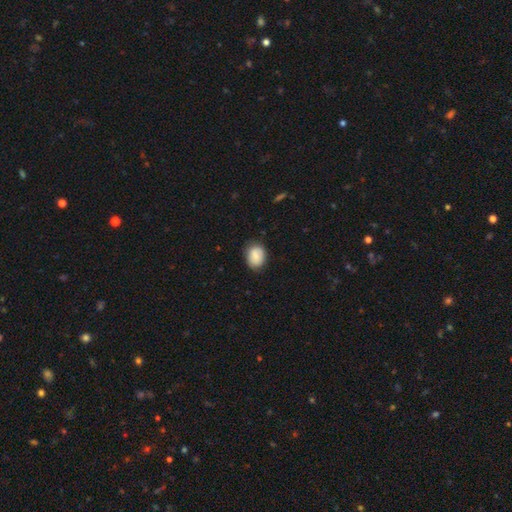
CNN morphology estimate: Overall: smooth (83%). How rounded: in between (56%; round 43%). Merging: none (80%).